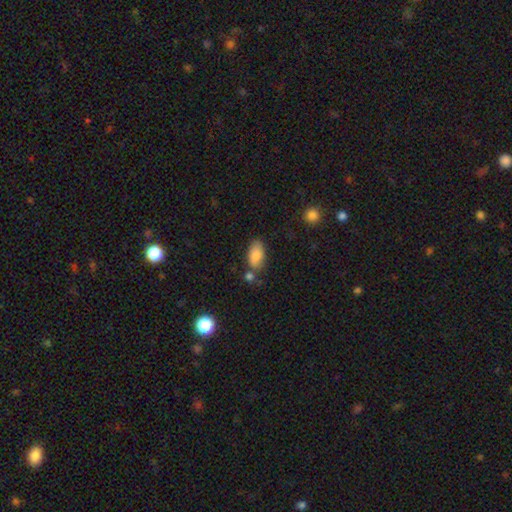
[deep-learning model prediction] A smooth galaxy with no disk features (85%) that is in between round and cigar-shaped (93%).

Vote fractions:
- Smooth or featured? smooth: 85% / star or artifact: 8% / featured or disk: 7%
- How rounded? in between: 93% / cigar-shaped: 4% / round: 3%
- Merging? none: 62% / minor disturbance: 19% / merger: 14% / major disturbance: 5%